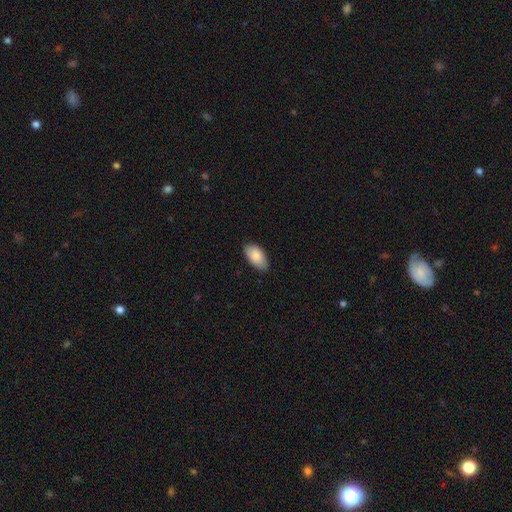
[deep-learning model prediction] The model was most divided on "merging": none: 82%, minor disturbance: 15%, major disturbance: 2%, merger: 1%. More confident: how rounded — in between (95%); smooth or featured — smooth (87%).